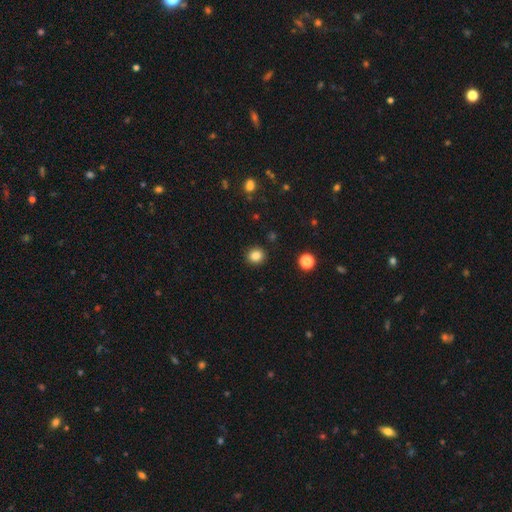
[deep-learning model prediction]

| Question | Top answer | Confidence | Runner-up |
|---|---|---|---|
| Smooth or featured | smooth | 85% | star or artifact (11%) |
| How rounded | round | 86% | in between (13%) |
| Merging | none | 91% | minor disturbance (6%) |